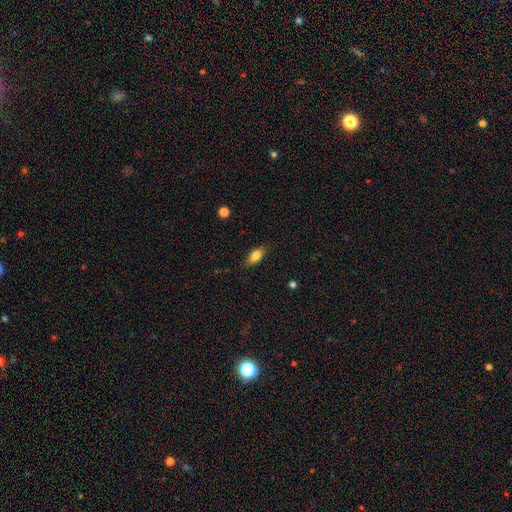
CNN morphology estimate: Smooth or featured? Predicted: smooth (p=0.80). How rounded? Predicted: in between (p=0.83). Merging? Predicted: none (p=0.85).